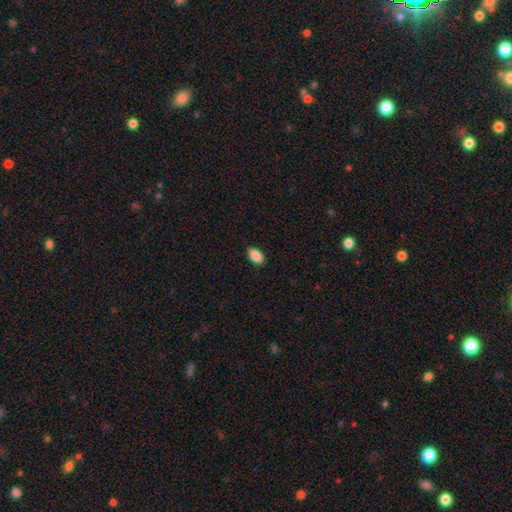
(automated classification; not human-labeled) smooth 89%, star or artifact 7%, featured or disk 4%. Down the decision tree: how rounded — in between (93%); merging — none (89%).